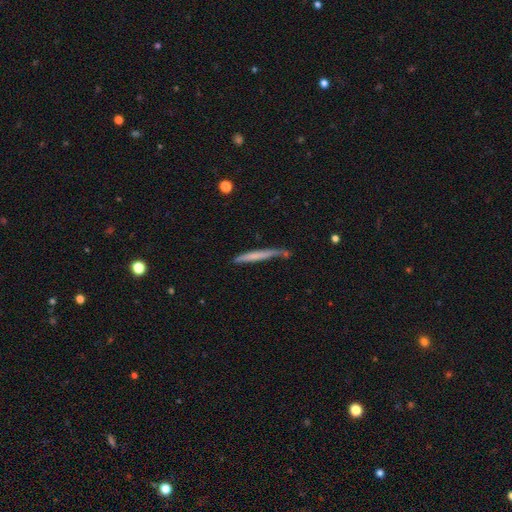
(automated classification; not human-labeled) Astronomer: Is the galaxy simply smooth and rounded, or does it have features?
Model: smooth — 60%.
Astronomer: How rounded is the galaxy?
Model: cigar-shaped — 96%.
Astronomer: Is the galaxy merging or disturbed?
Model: none — 63%.